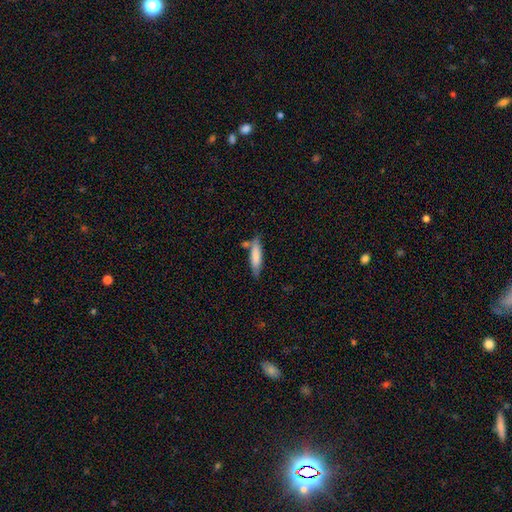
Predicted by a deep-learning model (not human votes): Overall: smooth (79%). How rounded: cigar-shaped (72%). Merging: none (70%).